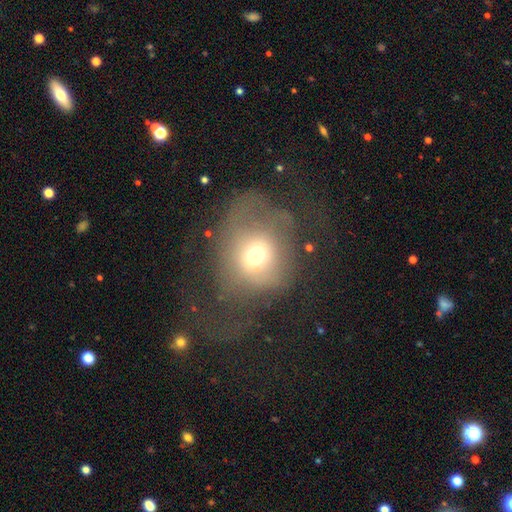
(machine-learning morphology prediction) Overall: smooth (56%; featured or disk 30%). How rounded: round (72%). Merging: major disturbance (54%; none 25%).